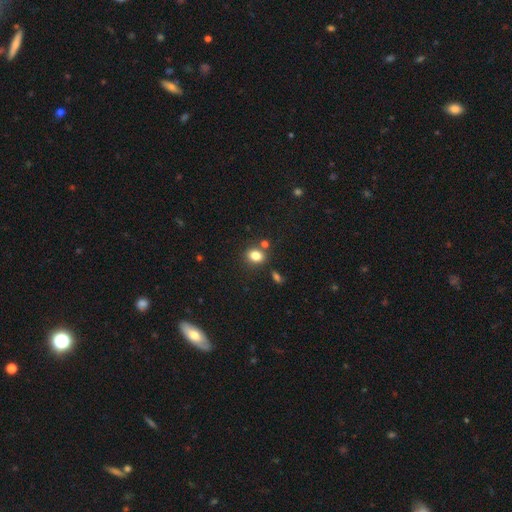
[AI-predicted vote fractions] The model was most divided on "how rounded": in between: 53%, round: 45%, cigar-shaped: 1%. More confident: smooth or featured — smooth (82%); merging — none (74%).